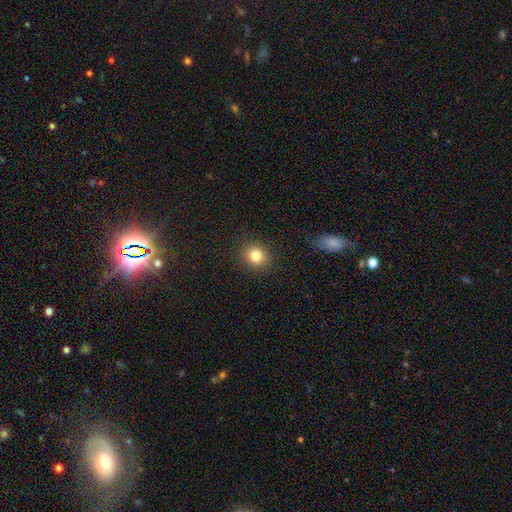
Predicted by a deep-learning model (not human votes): This is clearly a smooth galaxy (82%). How rounded: likely round (77%). Merging: clearly none (89%).